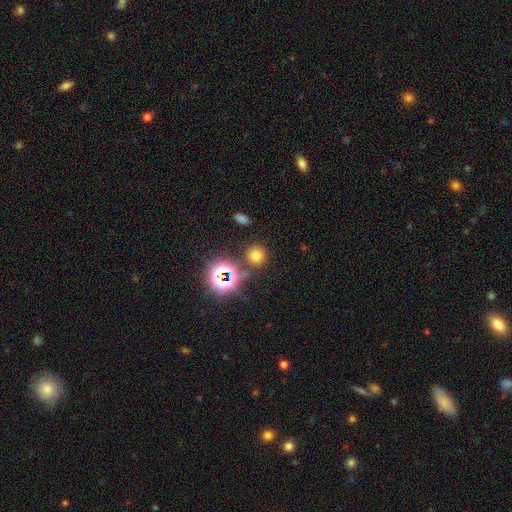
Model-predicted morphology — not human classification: Smooth or featured?
  - smooth: 66% *
  - star or artifact: 26%
  - featured or disk: 7%
How rounded?
  - round: 89% *
  - in between: 10%
  - cigar-shaped: 1%
Merging?
  - none: 80% *
  - minor disturbance: 9%
  - merger: 7%
  - major disturbance: 4%